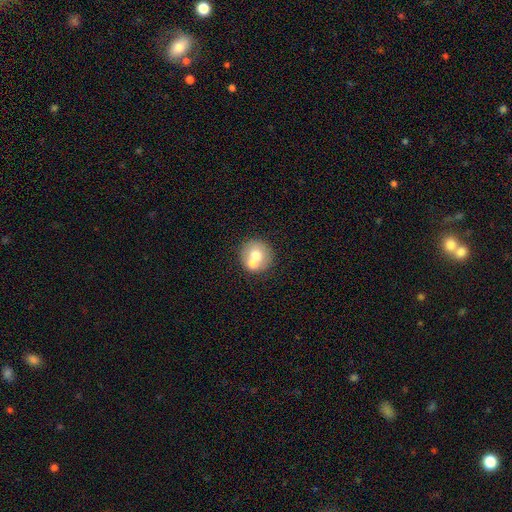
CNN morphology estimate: smooth 65%, featured or disk 26%, star or artifact 9%. Down the decision tree: how rounded — round (90%); merging — none (53%).